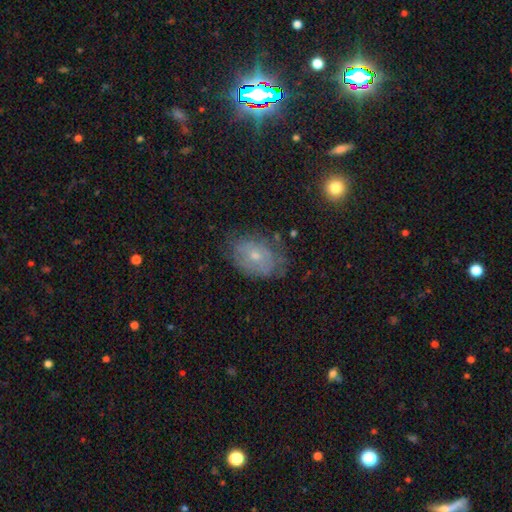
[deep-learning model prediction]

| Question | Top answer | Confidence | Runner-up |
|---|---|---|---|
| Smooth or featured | featured or disk | 50% | smooth (39%) |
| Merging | none | 64% | minor disturbance (25%) |